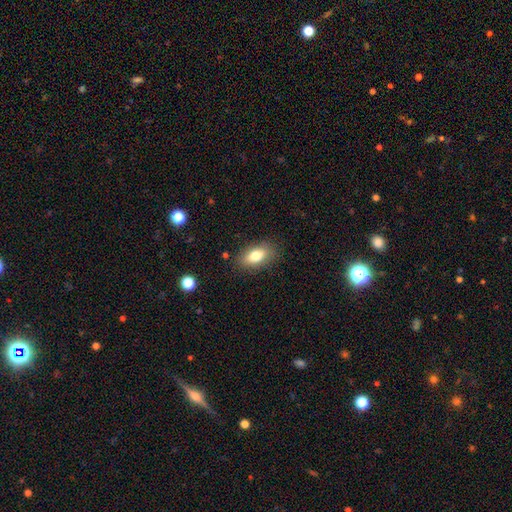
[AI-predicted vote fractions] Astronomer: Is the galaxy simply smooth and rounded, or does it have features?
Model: smooth — 77%.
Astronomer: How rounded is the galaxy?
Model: in between — 87%.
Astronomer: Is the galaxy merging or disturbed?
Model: none — 84%.